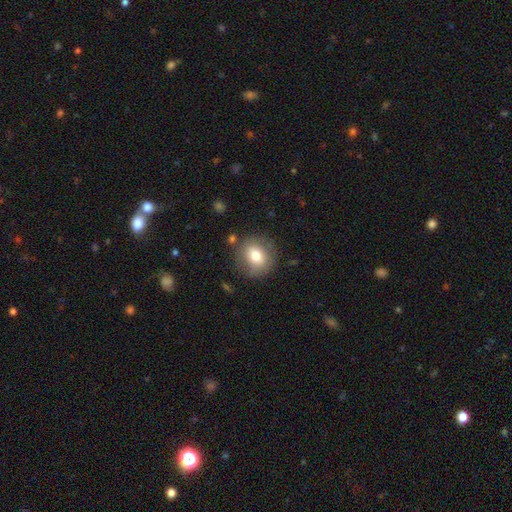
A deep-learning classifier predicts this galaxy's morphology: smooth-or-featured: smooth: 73% | featured or disk: 17% | star or artifact: 9%
  how-rounded: round: 79% | in between: 20% | cigar-shaped: 1%
  merging: none: 81% | minor disturbance: 12% | major disturbance: 4% | merger: 3%